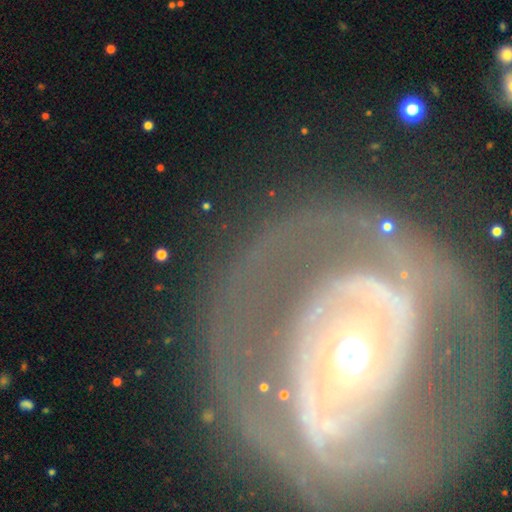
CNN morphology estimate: Smooth or featured: featured or disk — 80% (smooth — 12%)
Edge-on disk: no — 94% (yes — 6%)
Bar: no — 57% (strong — 21%)
Spiral arms: yes — 62% (no — 38%)
Bulge size: moderate — 66% (small — 18%)
Merging: none — 70% (minor disturbance — 14%)